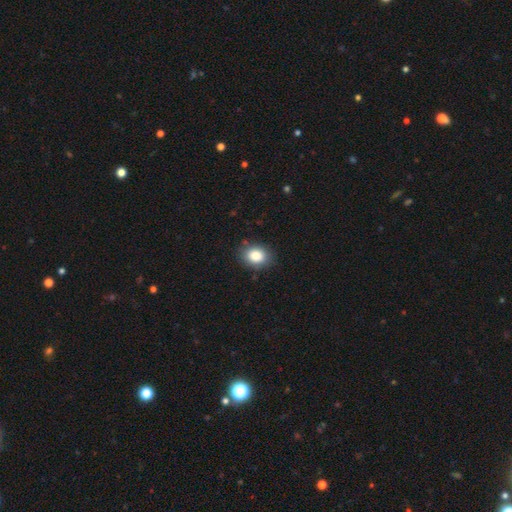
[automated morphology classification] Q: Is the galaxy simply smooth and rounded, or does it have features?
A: smooth — 85%.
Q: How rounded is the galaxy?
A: in between — 52%.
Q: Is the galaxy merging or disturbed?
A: none — 84%.